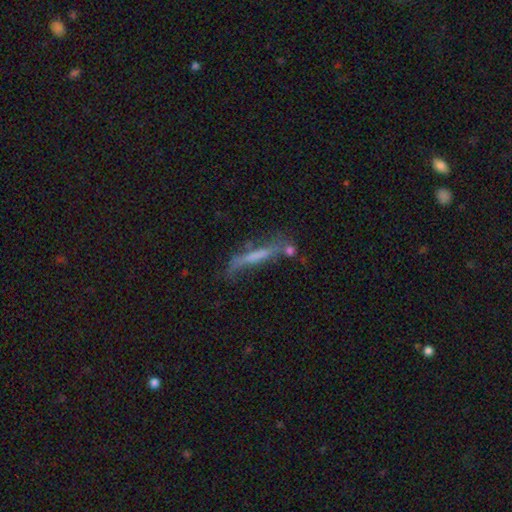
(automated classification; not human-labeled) This is possibly a featured or disk galaxy (45%). Merging: possibly none (46%).